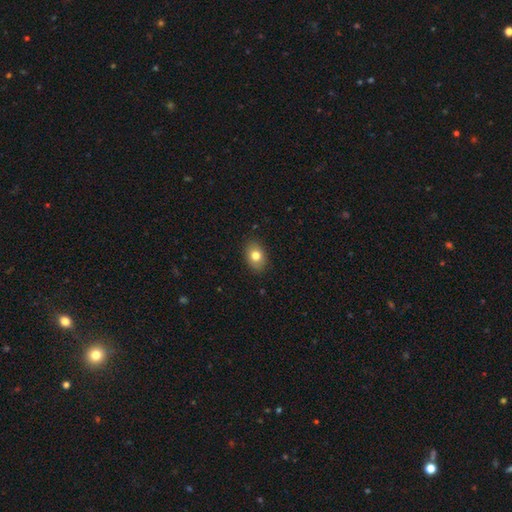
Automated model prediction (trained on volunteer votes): The model was most divided on "how rounded": in between: 76%, round: 23%, cigar-shaped: 1%. More confident: merging — none (88%); smooth or featured — smooth (78%).